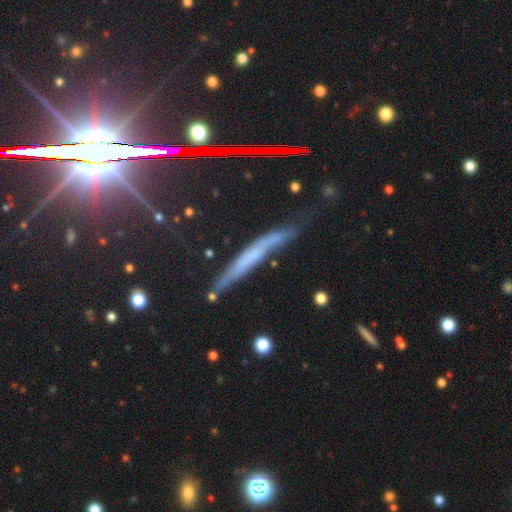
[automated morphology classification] This is possibly a featured or disk galaxy (51%). It is clearly viewed edge-on (84%). Merging: likely none (77%).